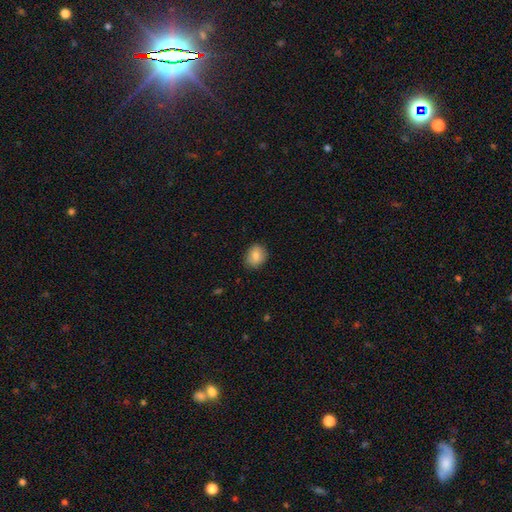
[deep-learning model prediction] smooth_or_featured: smooth (p=0.81) [alt: featured or disk p=0.11]
how_rounded: round (p=0.53) [alt: in between p=0.46]
merging: none (p=0.82) [alt: minor disturbance p=0.14]